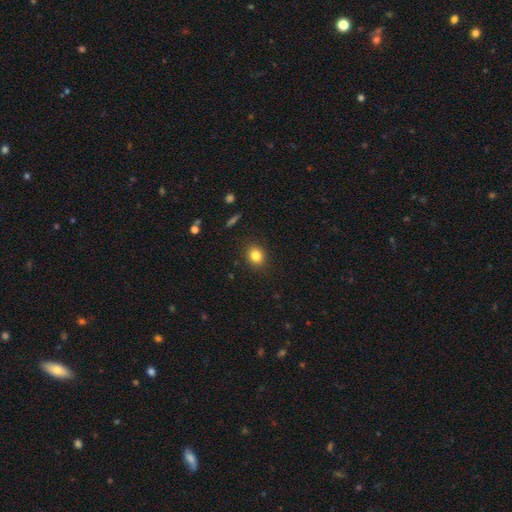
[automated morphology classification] Smooth or featured?
  - smooth: 83% *
  - star or artifact: 11%
  - featured or disk: 6%
How rounded?
  - round: 65% *
  - in between: 34%
  - cigar-shaped: 1%
Merging?
  - none: 89% *
  - minor disturbance: 8%
  - major disturbance: 2%
  - merger: 1%